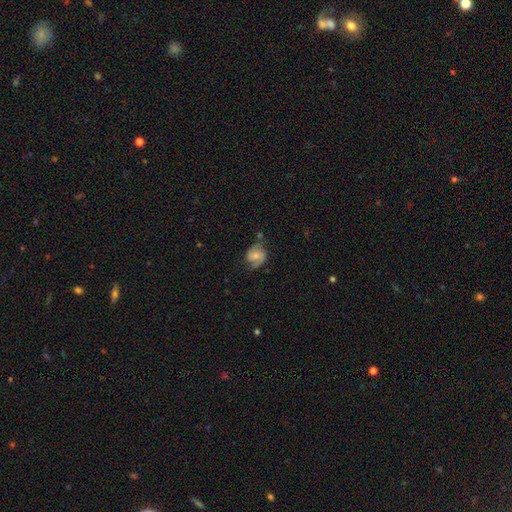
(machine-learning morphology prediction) featured or disk 65%, smooth 28%, star or artifact 8%. Down the decision tree: edge-on disk — no (97%); bar — no (59%); spiral arms — yes (90%); spiral arm count — 2 (85%); spiral winding — medium (46%); bulge size — moderate (51%); merging — none (65%).